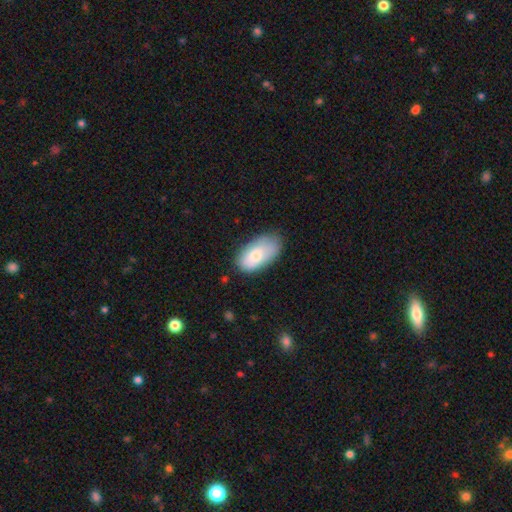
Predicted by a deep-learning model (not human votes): This is likely a smooth galaxy (77%). How rounded: clearly in between (94%). Merging: likely none (66%).